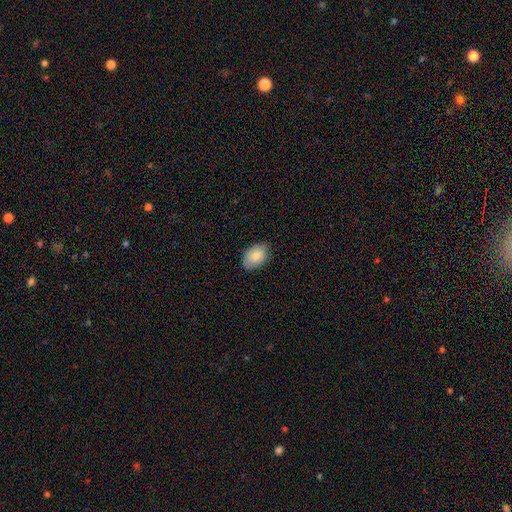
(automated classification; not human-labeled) Q: Smooth or featured?
A: smooth (84%); runner-up: featured or disk (9%)
Q: How rounded?
A: in between (84%); runner-up: round (15%)
Q: Merging?
A: none (80%); runner-up: minor disturbance (17%)